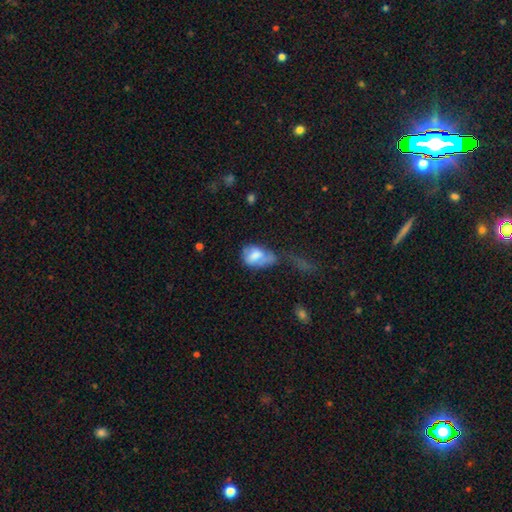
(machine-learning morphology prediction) Smooth or featured: smooth — 62% (featured or disk — 29%)
How rounded: in between — 79% (round — 19%)
Merging: major disturbance — 37% (minor disturbance — 27%)